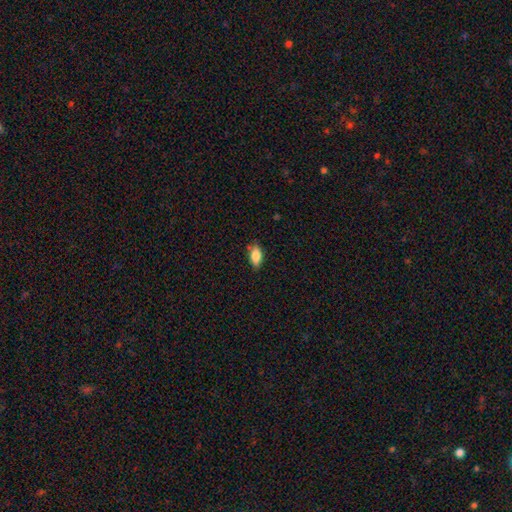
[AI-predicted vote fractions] A smooth galaxy with no disk features (82%) that is in between round and cigar-shaped (89%). Merging: none (81%).